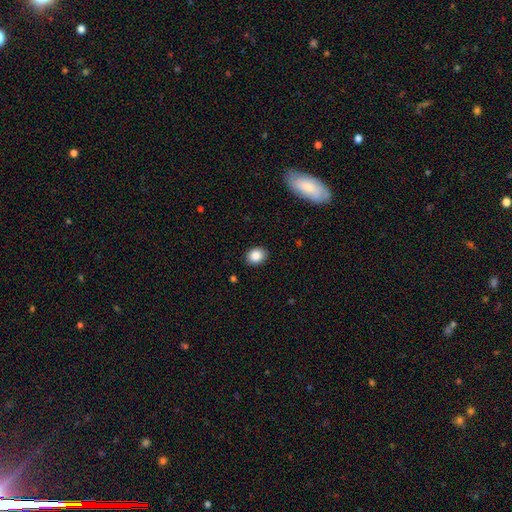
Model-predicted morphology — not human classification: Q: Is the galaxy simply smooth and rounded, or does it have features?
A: smooth — 87%.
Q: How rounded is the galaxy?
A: round — 51%.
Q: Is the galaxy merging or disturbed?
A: none — 89%.